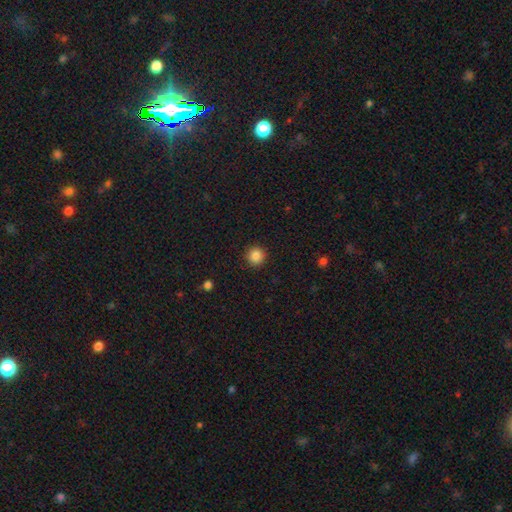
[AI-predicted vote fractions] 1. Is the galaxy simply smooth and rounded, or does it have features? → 86% smooth, 10% star or artifact, 4% featured or disk.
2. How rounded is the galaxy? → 95% round, 5% in between, 1% cigar-shaped.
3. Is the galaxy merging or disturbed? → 93% none, 5% minor disturbance, 2% major disturbance, 1% merger.